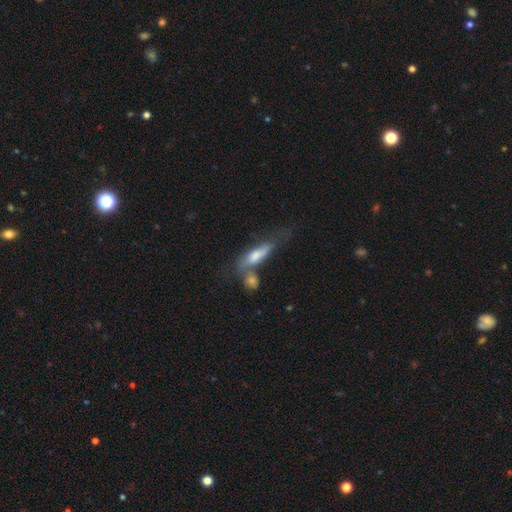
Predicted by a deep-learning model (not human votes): Smooth or featured: smooth — 57% (featured or disk — 35%)
How rounded: cigar-shaped — 55% (in between — 42%)
Merging: merger — 40% (none — 30%)